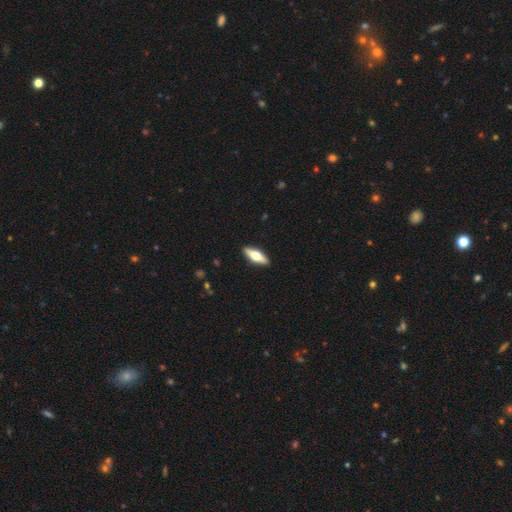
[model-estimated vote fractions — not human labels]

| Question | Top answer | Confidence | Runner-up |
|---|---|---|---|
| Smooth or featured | featured or disk | 49% | smooth (45%) |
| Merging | none | 90% | minor disturbance (7%) |